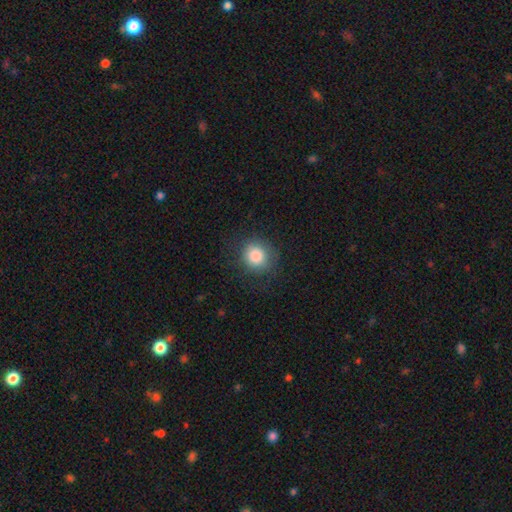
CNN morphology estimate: smooth-or-featured: smooth: 85% | star or artifact: 9% | featured or disk: 6%
  how-rounded: round: 85% | in between: 14% | cigar-shaped: 1%
  merging: none: 80% | minor disturbance: 13% | major disturbance: 6% | merger: 1%